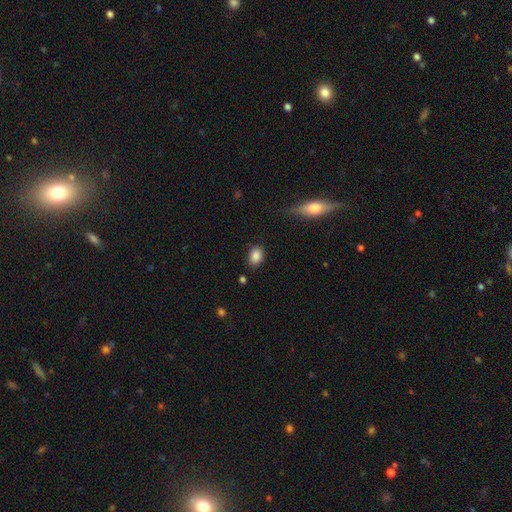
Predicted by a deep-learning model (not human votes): smooth-or-featured: smooth: 87% | star or artifact: 8% | featured or disk: 5%
  how-rounded: in between: 79% | round: 20% | cigar-shaped: 1%
  merging: none: 81% | minor disturbance: 13% | major disturbance: 3% | merger: 2%